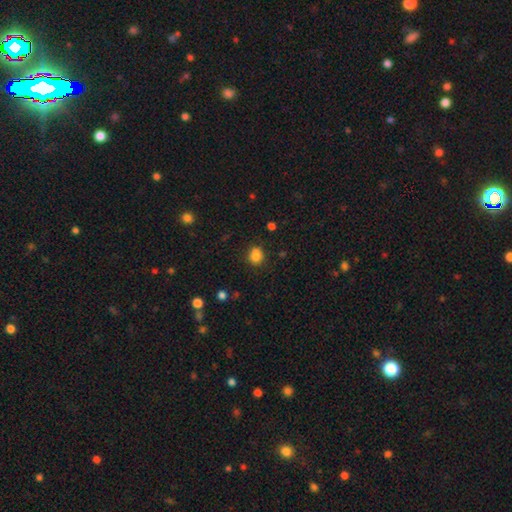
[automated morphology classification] type=smooth (80%); roundness=round (73%); merging=none (62%).